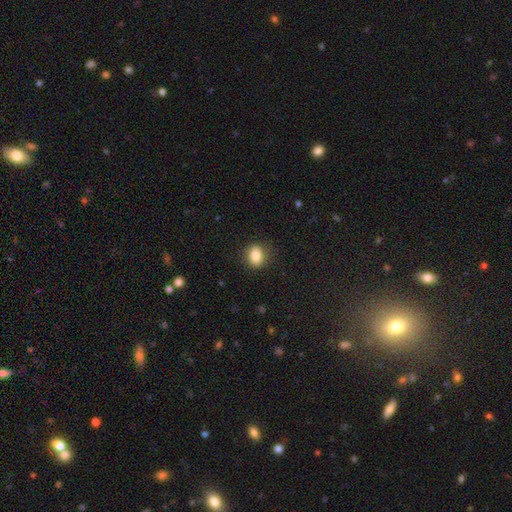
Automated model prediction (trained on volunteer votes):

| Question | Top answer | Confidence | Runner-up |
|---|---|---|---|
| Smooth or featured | smooth | 82% | featured or disk (9%) |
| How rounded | in between | 55% | round (43%) |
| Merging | none | 84% | minor disturbance (12%) |